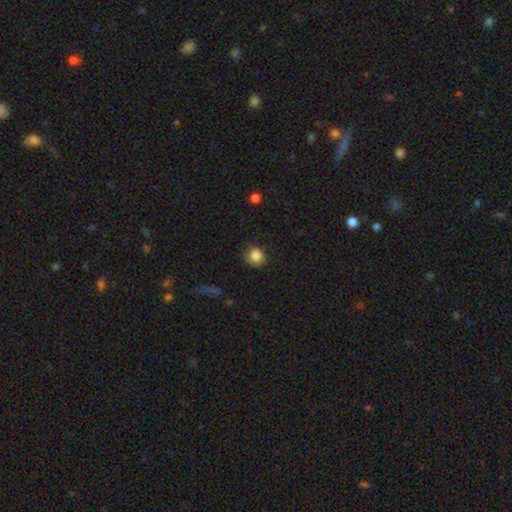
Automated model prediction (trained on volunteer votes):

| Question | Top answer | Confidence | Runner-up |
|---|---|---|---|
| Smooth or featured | smooth | 84% | star or artifact (10%) |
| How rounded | round | 86% | in between (13%) |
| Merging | none | 78% | minor disturbance (17%) |